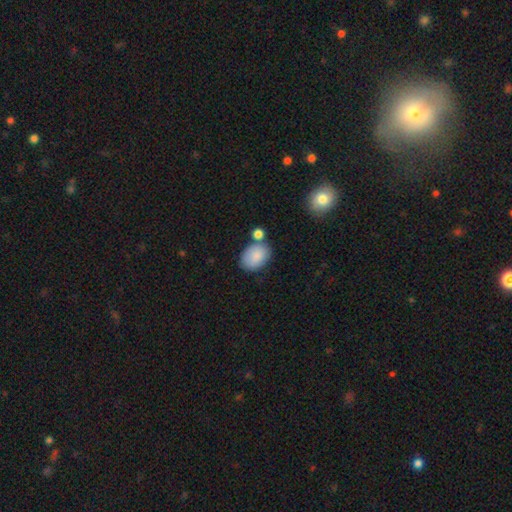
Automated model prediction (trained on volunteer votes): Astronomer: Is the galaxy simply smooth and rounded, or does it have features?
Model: smooth — 86%.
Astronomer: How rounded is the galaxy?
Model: in between — 81%.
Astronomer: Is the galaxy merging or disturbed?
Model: none — 60%.